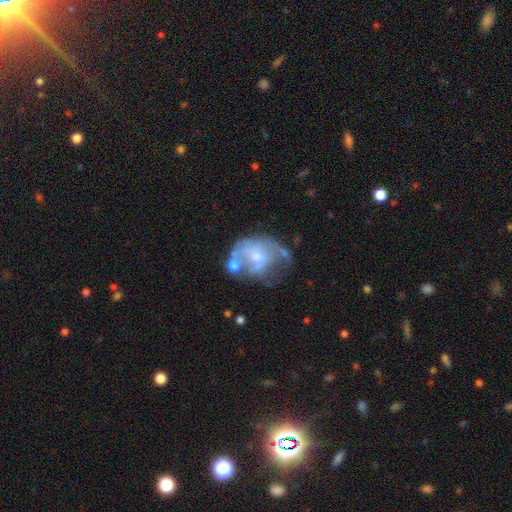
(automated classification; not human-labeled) Smooth or featured? featured or disk (64%)
Edge-on disk? no (98%)
Bar? no (69%)
Spiral arms? no (51%)
Bulge size? small (51%)
Merging? major disturbance (32%)